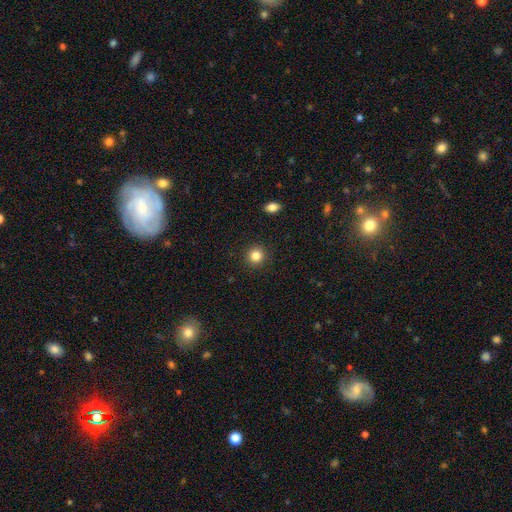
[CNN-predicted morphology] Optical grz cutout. It shows a smooth galaxy with no disk features (84%) that is round (92%). Merging: none (92%).